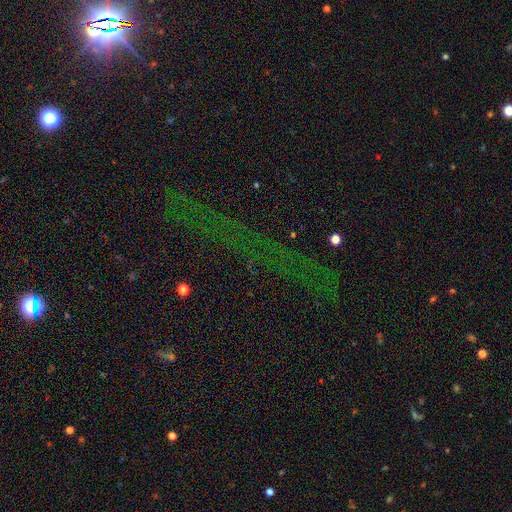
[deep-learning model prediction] Smooth or featured: star or artifact — 75% (smooth — 13%)